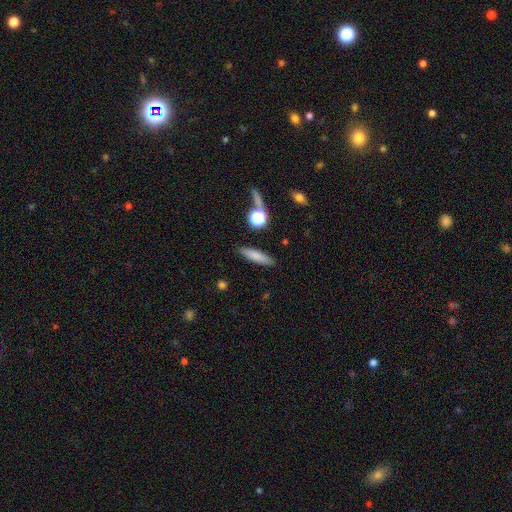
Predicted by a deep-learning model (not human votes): Smooth or featured?
  - smooth: 77% *
  - featured or disk: 14%
  - star or artifact: 9%
How rounded?
  - cigar-shaped: 76% *
  - in between: 21%
  - round: 3%
Merging?
  - none: 86% *
  - minor disturbance: 8%
  - merger: 3%
  - major disturbance: 3%